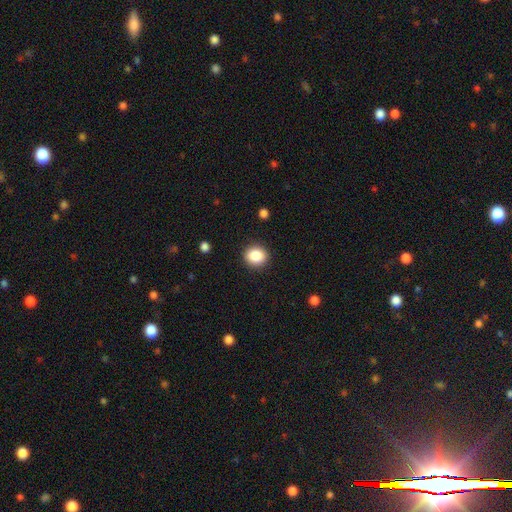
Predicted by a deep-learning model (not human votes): Morphology: type=smooth (87%); roundness=round (81%); merging=none (90%).